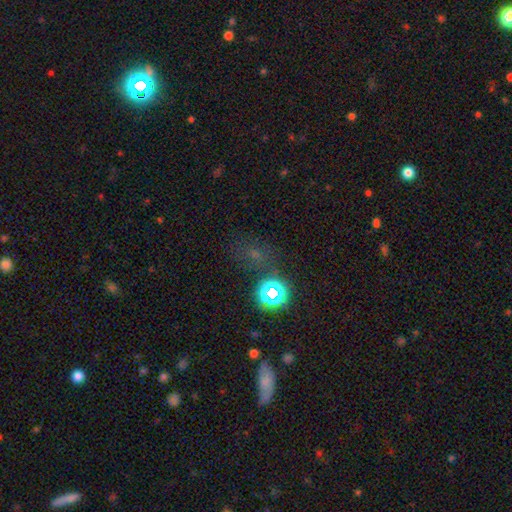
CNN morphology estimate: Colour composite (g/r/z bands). It shows a star or artifact, not a galaxy (48%).